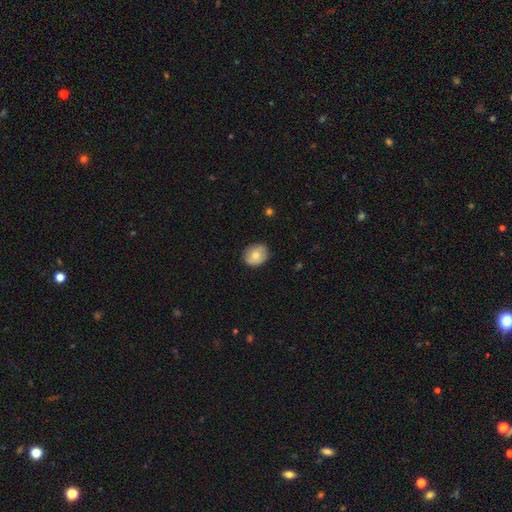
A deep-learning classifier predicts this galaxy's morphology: The model was most divided on "how rounded": round: 63%, in between: 36%, cigar-shaped: 1%. More confident: merging — none (84%); smooth or featured — smooth (75%).